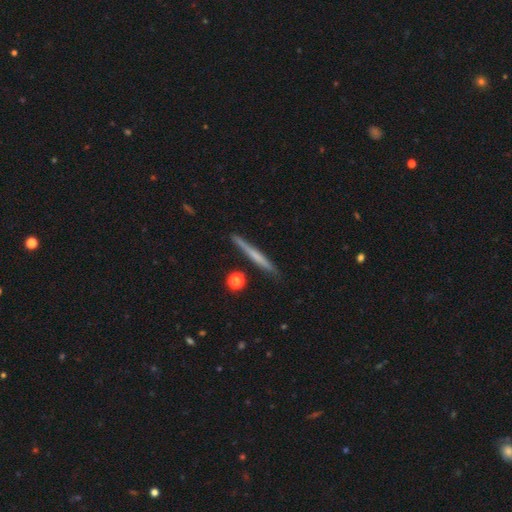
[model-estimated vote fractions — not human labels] A smooth galaxy with no disk features (48%). Merging: none (88%).